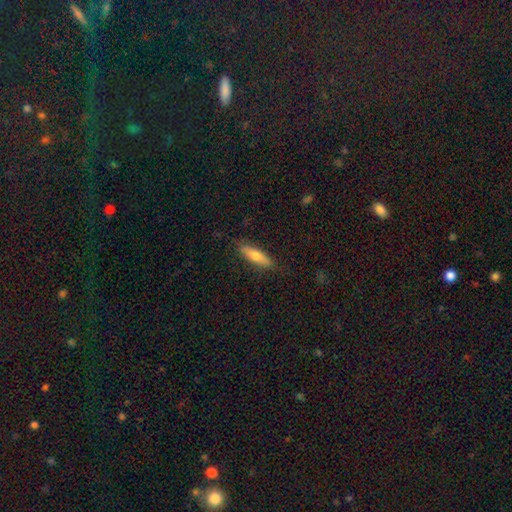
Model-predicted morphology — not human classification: smooth_or_featured: smooth (p=0.66) [alt: featured or disk p=0.28]
how_rounded: cigar-shaped (p=0.66) [alt: in between p=0.32]
merging: none (p=0.85) [alt: minor disturbance p=0.11]